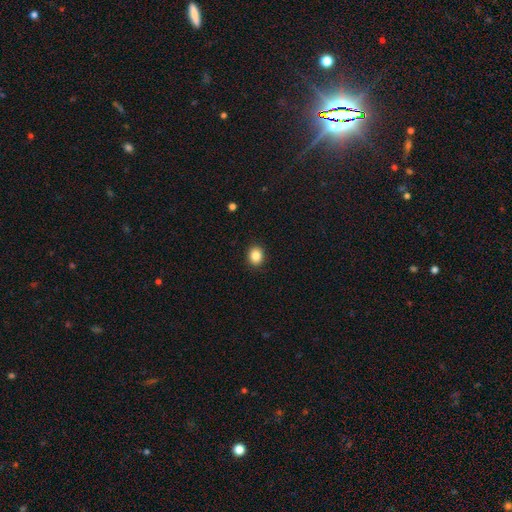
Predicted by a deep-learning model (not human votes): Q: Smooth or featured?
A: smooth (86%); runner-up: star or artifact (9%)
Q: How rounded?
A: round (58%); runner-up: in between (41%)
Q: Merging?
A: none (91%); runner-up: minor disturbance (6%)